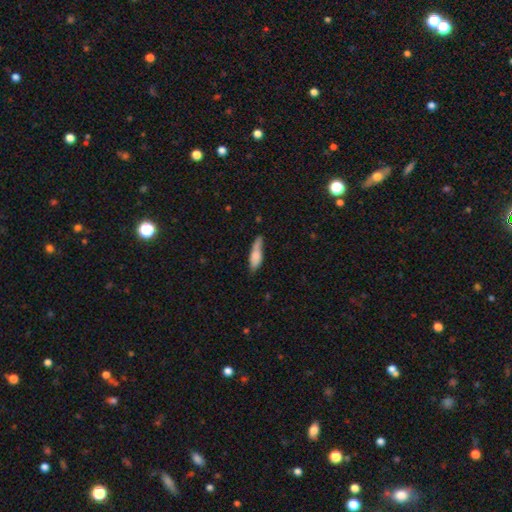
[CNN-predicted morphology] Smooth or featured?
  - smooth: 74% *
  - featured or disk: 19%
  - star or artifact: 7%
How rounded?
  - cigar-shaped: 55% *
  - in between: 42%
  - round: 2%
Merging?
  - none: 51% *
  - minor disturbance: 34%
  - major disturbance: 10%
  - merger: 6%